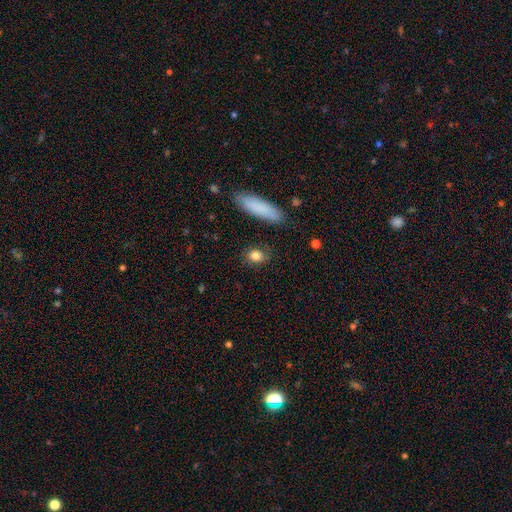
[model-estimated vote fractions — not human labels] smooth-or-featured: smooth: 84% | star or artifact: 8% | featured or disk: 8%
  how-rounded: in between: 65% | round: 30% | cigar-shaped: 5%
  merging: none: 85% | minor disturbance: 10% | major disturbance: 3% | merger: 2%